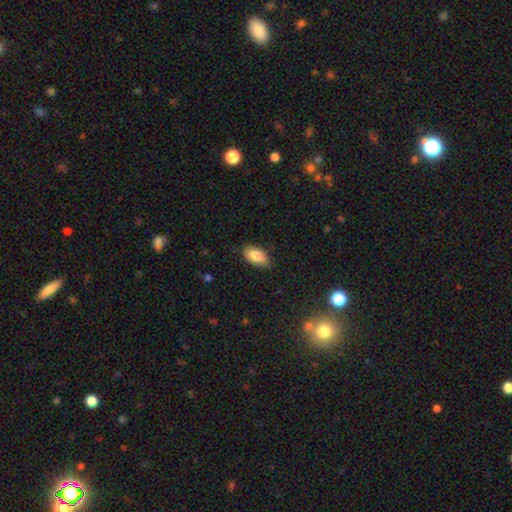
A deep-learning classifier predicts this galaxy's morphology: This is clearly a smooth galaxy (85%). How rounded: clearly in between (92%). Merging: clearly none (80%).